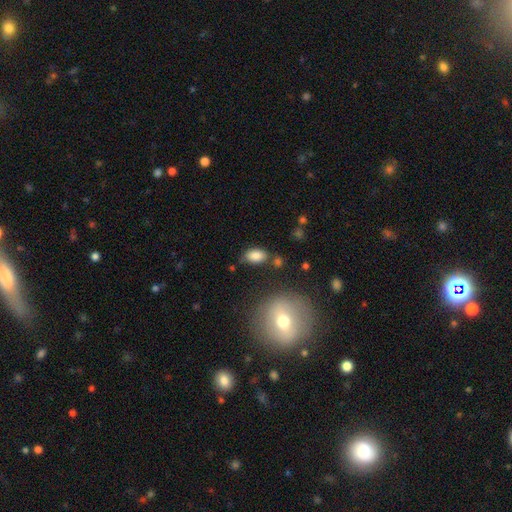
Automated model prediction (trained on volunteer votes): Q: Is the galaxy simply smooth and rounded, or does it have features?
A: smooth — 84%.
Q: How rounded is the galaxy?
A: in between — 91%.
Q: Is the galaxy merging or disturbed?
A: none — 74%.